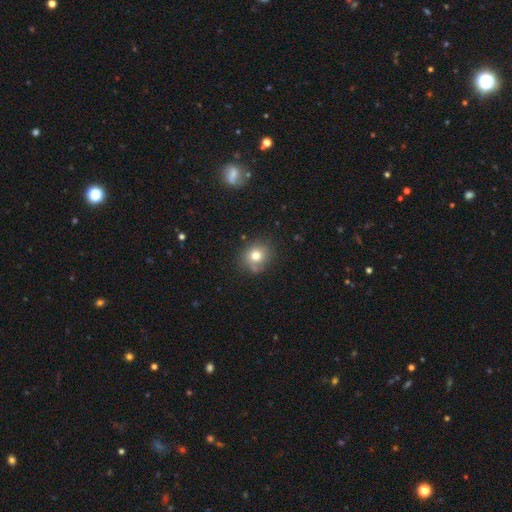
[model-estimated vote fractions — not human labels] This appears to be a smooth galaxy with no disk features (76%) that is round (78%). Merging: none (74%).